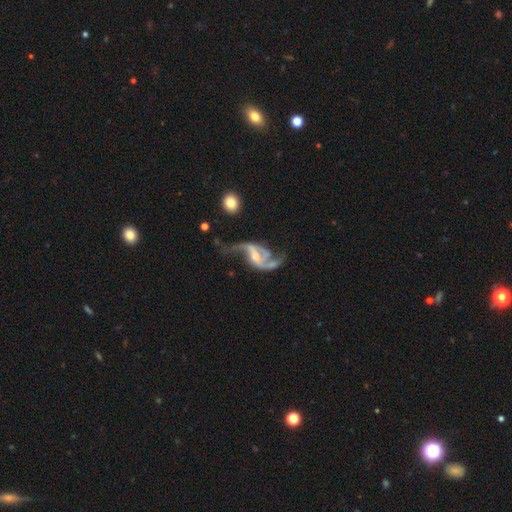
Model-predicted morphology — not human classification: smooth_or_featured: featured or disk (p=0.89) [alt: star or artifact p=0.06]
disk_edge_on: no (p=0.97) [alt: yes p=0.03]
bar: weak (p=0.47) [alt: no p=0.31]
has_spiral_arms: yes (p=0.95) [alt: no p=0.05]
spiral_winding: loose (p=0.77) [alt: medium p=0.19]
spiral_arm_count: 2 (p=0.85) [alt: 3 p=0.04]
bulge_size: moderate (p=0.42) [tied with: small p=0.42]
merging: none (p=0.42) [alt: major disturbance p=0.32]